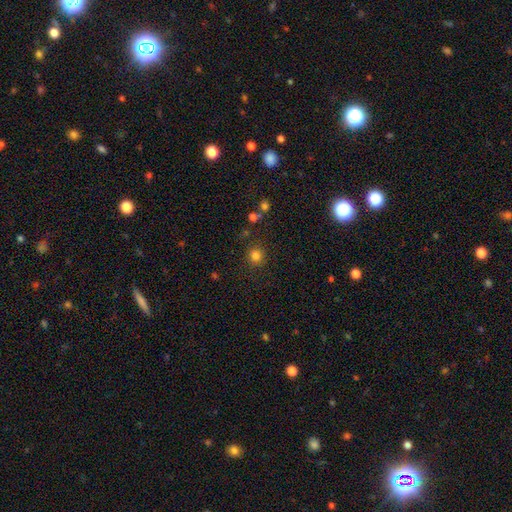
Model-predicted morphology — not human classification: A smooth galaxy with no disk features (81%) that is round (90%).

Vote fractions:
- Smooth or featured? smooth: 81% / star or artifact: 14% / featured or disk: 5%
- How rounded? round: 90% / in between: 9% / cigar-shaped: 1%
- Merging? none: 86% / minor disturbance: 8% / major disturbance: 3% / merger: 3%